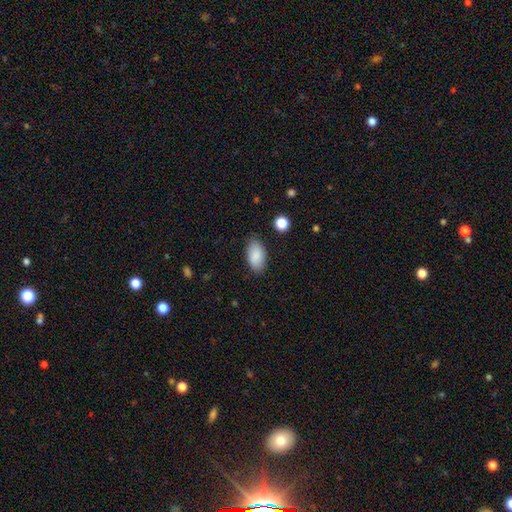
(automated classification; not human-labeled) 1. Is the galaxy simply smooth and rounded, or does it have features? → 87% smooth, 7% star or artifact, 6% featured or disk.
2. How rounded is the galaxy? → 94% in between, 4% round, 2% cigar-shaped.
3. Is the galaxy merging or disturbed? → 83% none, 12% minor disturbance, 3% major disturbance, 1% merger.